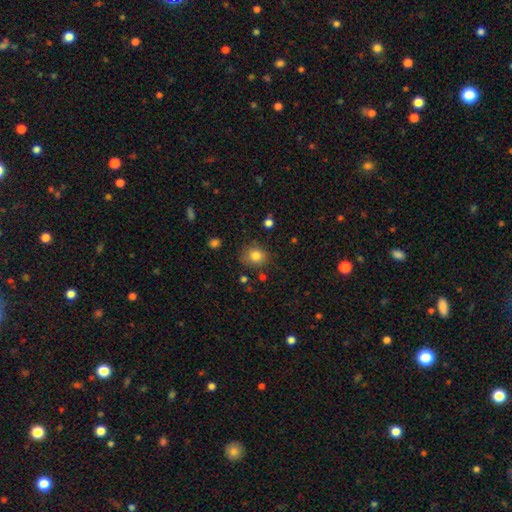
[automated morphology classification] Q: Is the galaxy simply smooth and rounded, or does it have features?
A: smooth — 82%.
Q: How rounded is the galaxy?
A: round — 71%.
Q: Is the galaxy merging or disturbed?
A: none — 75%.